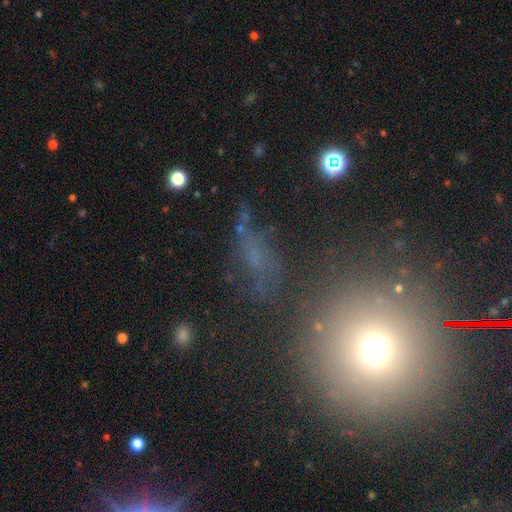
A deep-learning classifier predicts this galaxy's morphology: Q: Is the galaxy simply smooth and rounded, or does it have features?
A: star or artifact — 38%.